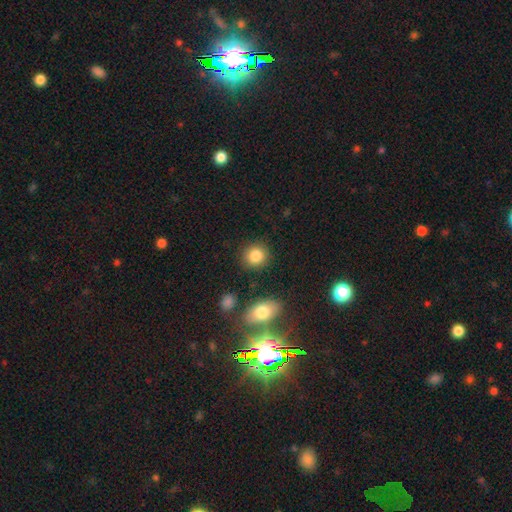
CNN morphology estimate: Smooth or featured: smooth — 85% (star or artifact — 9%)
How rounded: round — 81% (in between — 18%)
Merging: none — 85% (minor disturbance — 8%)